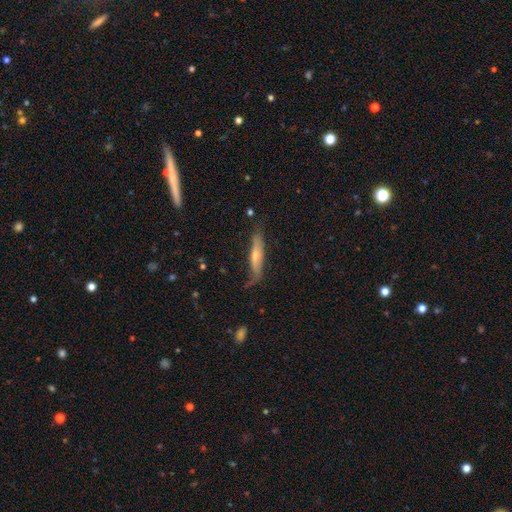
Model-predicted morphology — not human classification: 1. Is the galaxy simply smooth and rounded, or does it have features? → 54% featured or disk, 39% smooth, 7% star or artifact.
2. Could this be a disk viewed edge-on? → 80% yes, 20% no.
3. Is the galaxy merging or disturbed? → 67% none, 24% minor disturbance, 7% major disturbance, 2% merger.